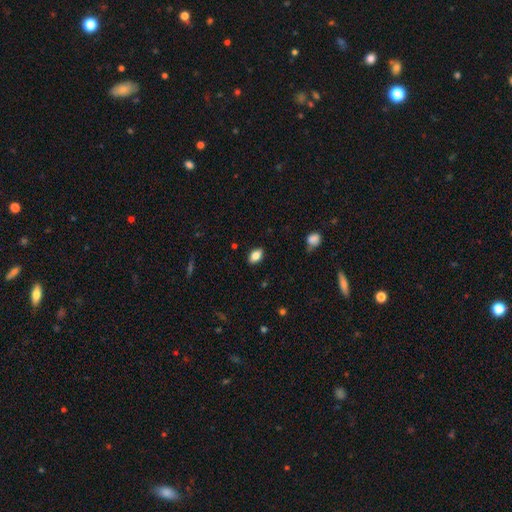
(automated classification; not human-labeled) This is clearly a smooth galaxy (81%). How rounded: clearly in between (87%). Merging: clearly none (86%).